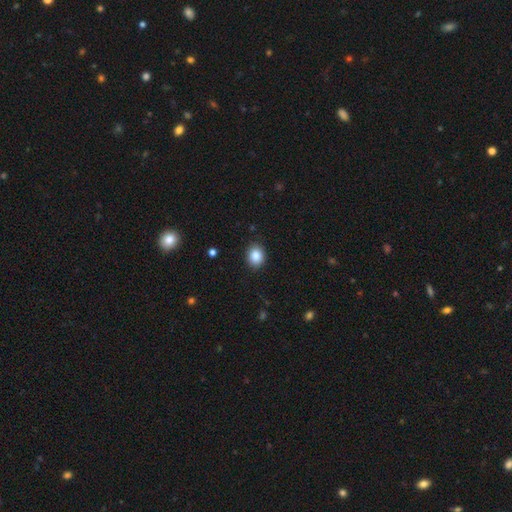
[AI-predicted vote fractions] This is clearly a smooth galaxy (87%). How rounded: possibly round (55%). Merging: clearly none (88%).